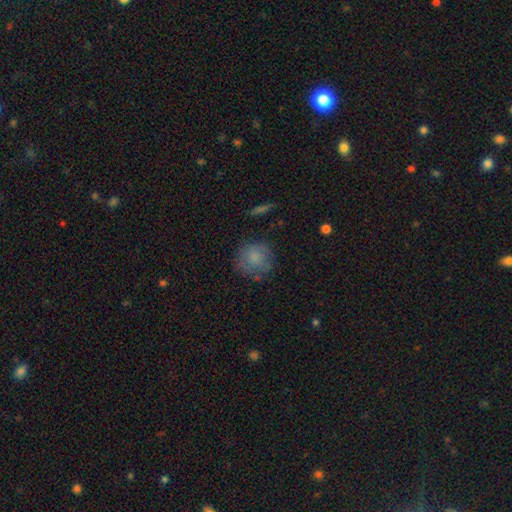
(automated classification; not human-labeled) A smooth galaxy with no disk features (78%) that is round (89%).

Vote fractions:
- Smooth or featured? smooth: 78% / featured or disk: 13% / star or artifact: 9%
- How rounded? round: 89% / in between: 10% / cigar-shaped: 1%
- Merging? none: 73% / minor disturbance: 18% / major disturbance: 7% / merger: 2%